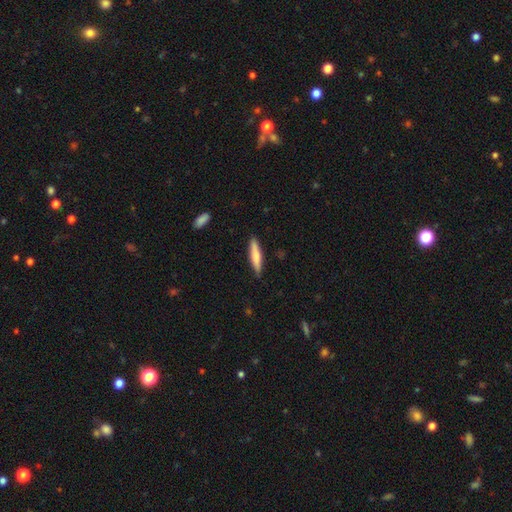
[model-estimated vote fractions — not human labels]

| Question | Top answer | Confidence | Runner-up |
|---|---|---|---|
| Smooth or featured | smooth | 67% | featured or disk (28%) |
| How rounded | cigar-shaped | 86% | in between (12%) |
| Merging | none | 88% | minor disturbance (9%) |